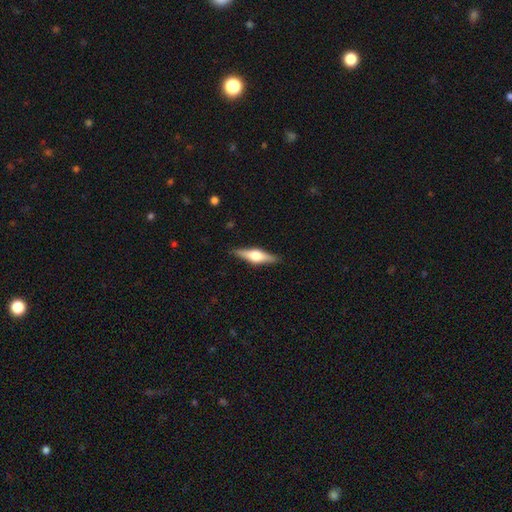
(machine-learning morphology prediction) Smooth or featured?
  - featured or disk: 64% *
  - smooth: 31%
  - star or artifact: 6%
Edge-on disk?
  - yes: 96% *
  - no: 4%
Edge-on bulge?
  - rounded: 92% *
  - boxy: 6%
  - none: 2%
Merging?
  - none: 89% *
  - minor disturbance: 8%
  - major disturbance: 2%
  - merger: 1%